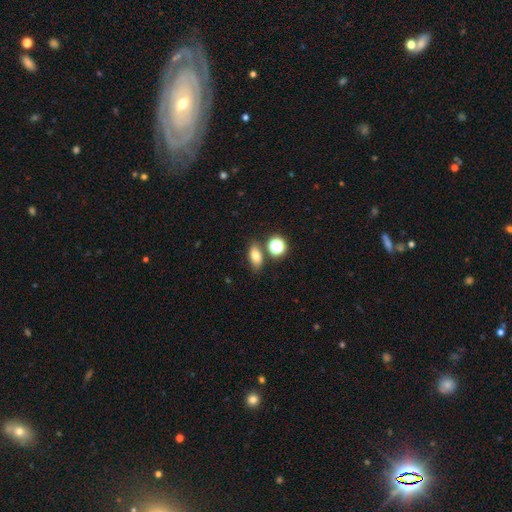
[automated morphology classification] Smooth or featured?
  - smooth: 74% *
  - star or artifact: 13%
  - featured or disk: 12%
How rounded?
  - in between: 77% *
  - round: 17%
  - cigar-shaped: 6%
Merging?
  - none: 72% *
  - minor disturbance: 12%
  - merger: 12%
  - major disturbance: 4%